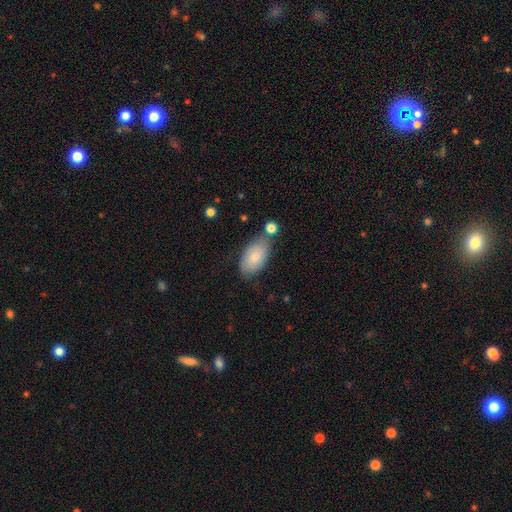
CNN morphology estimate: A smooth galaxy with no disk features (76%) that is in between round and cigar-shaped (93%). Merging: none (62%).